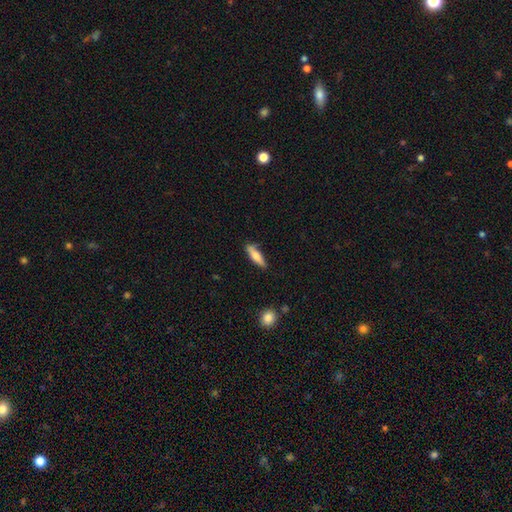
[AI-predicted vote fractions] Smooth or featured?
  - smooth: 70% *
  - featured or disk: 24%
  - star or artifact: 6%
How rounded?
  - cigar-shaped: 71% *
  - in between: 27%
  - round: 2%
Merging?
  - none: 79% *
  - minor disturbance: 16%
  - major disturbance: 3%
  - merger: 2%